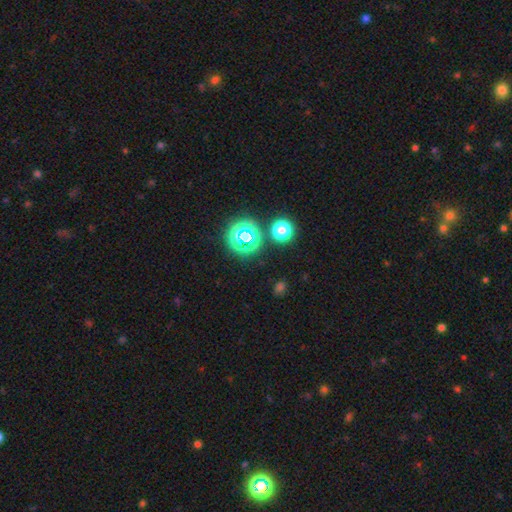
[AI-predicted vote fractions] The model was most divided on "smooth or featured": star or artifact: 68%, smooth: 25%, featured or disk: 7%.